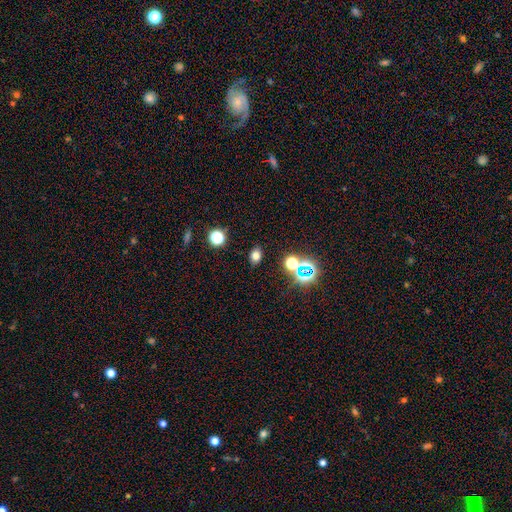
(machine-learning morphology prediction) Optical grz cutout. It shows a smooth galaxy with no disk features (71%) that is in between round and cigar-shaped (69%). Merging: none (86%).